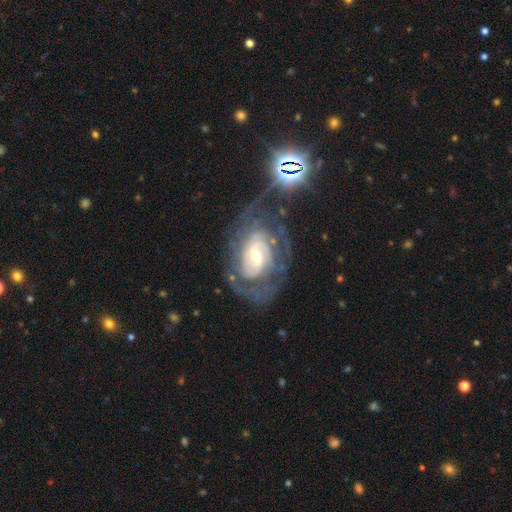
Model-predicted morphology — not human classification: A featured or disk galaxy (87%) with a weak bar (46%), 2 (33%) tight (60%) spiral arms (95%) and a moderate central bulge (47%, tied with small).

Vote fractions:
- Smooth or featured? featured or disk: 87% / smooth: 6% / star or artifact: 6%
- Edge-on disk? no: 96% / yes: 4%
- Bar? weak: 46% / no: 34% / strong: 20%
- Spiral arms? yes: 95% / no: 5%
- Spiral winding? tight: 60% / medium: 31% / loose: 8%
- Spiral arm count? 2: 33% / can't tell: 32% / 3: 17% / 4: 7% / 1: 5% / more than 4: 5%
- Bulge size? moderate: 47% (tied) / small: 47% (tied) / large: 4% / none: 1% / dominant: 1%
- Merging? none: 59% / minor disturbance: 19% / major disturbance: 18% / merger: 5%